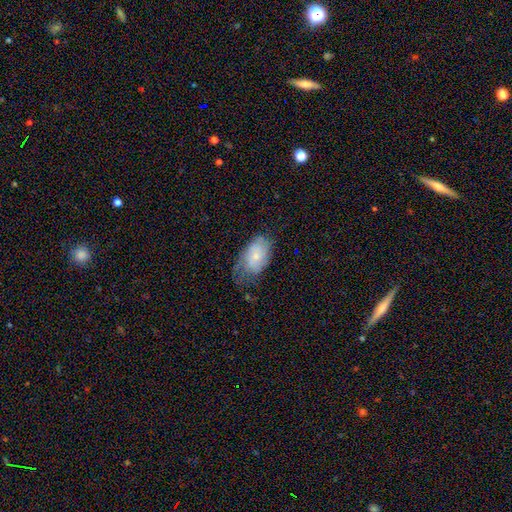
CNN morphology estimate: A featured or disk galaxy (48%). Merging: none (44%).